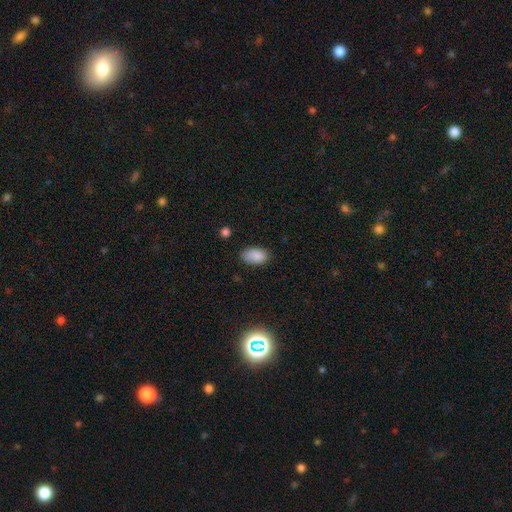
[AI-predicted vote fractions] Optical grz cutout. It shows a smooth galaxy with no disk features (88%) that is in between round and cigar-shaped (93%). Merging: none (83%).